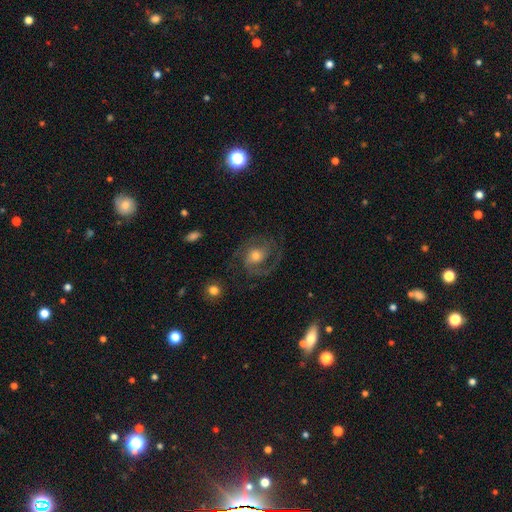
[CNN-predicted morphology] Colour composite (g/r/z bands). It shows a featured or disk galaxy (82%) with no bar (58%), 2 (69%) medium (50%) spiral arms (95%) and a moderate central bulge (63%). Merging: none (70%).